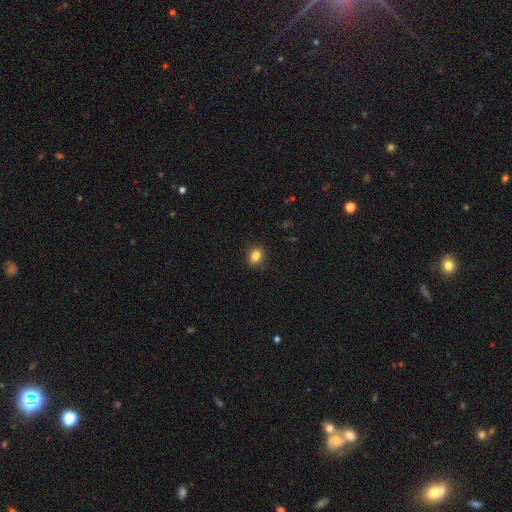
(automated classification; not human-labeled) Morphology: type=smooth (85%); roundness=round (53%); merging=none (88%).